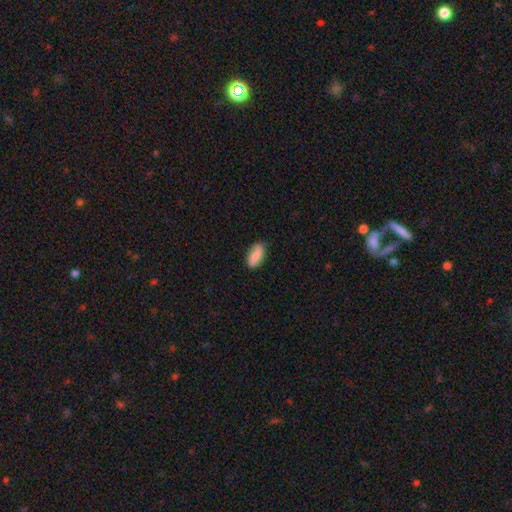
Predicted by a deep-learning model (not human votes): This appears to be a smooth galaxy with no disk features (78%) that is in between round and cigar-shaped (87%). Merging: none (80%).